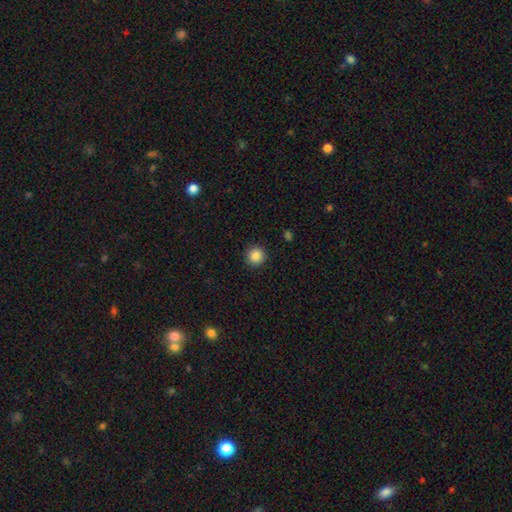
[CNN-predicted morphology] Smooth or featured: smooth — 87% (star or artifact — 10%)
How rounded: round — 94% (in between — 5%)
Merging: none — 92% (minor disturbance — 5%)